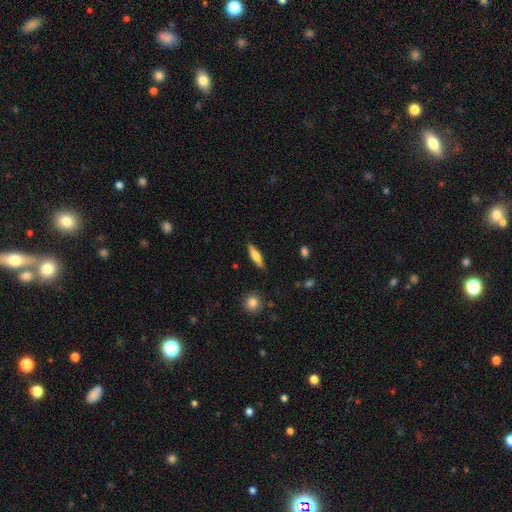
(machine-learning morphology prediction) Smooth or featured: smooth — 63% (featured or disk — 31%)
How rounded: cigar-shaped — 68% (in between — 29%)
Merging: none — 86% (minor disturbance — 10%)